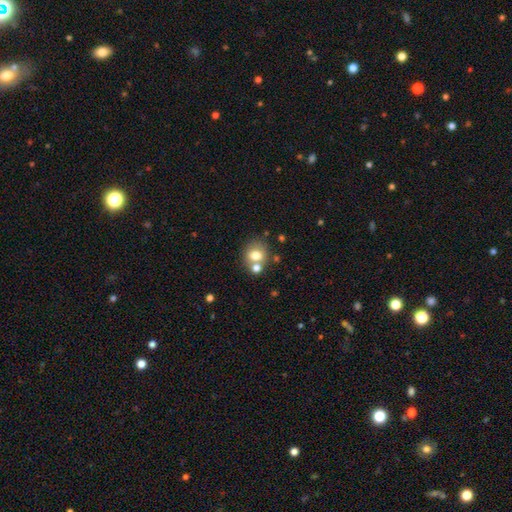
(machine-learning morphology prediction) type=smooth (73%); roundness=round (72%); merging=none (59%).